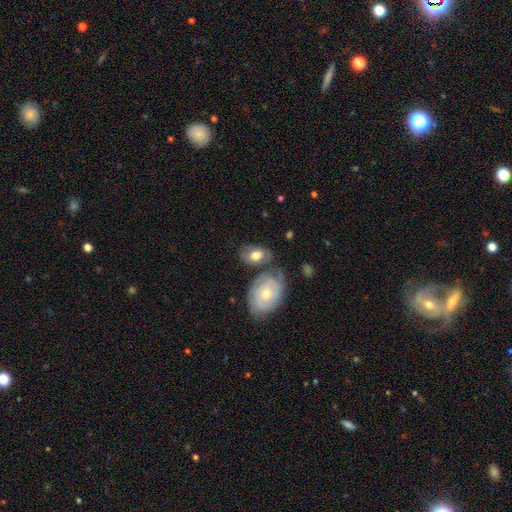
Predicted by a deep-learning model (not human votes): Q: Smooth or featured?
A: smooth (63%); runner-up: featured or disk (30%)
Q: How rounded?
A: in between (86%); runner-up: round (12%)
Q: Merging?
A: none (51%); runner-up: merger (22%)